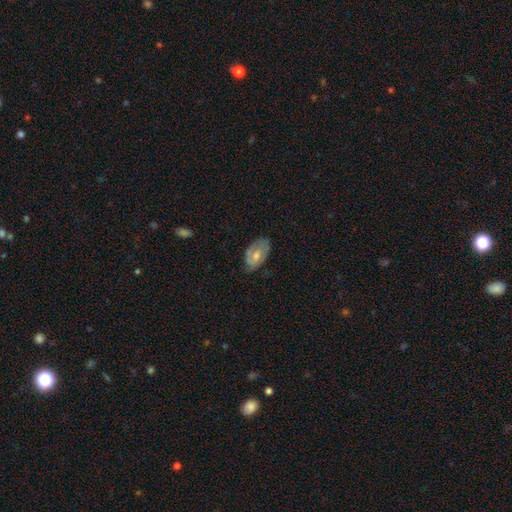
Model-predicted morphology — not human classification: smooth 48%, featured or disk 46%, star or artifact 6%. Down the decision tree: merging — none (64%).